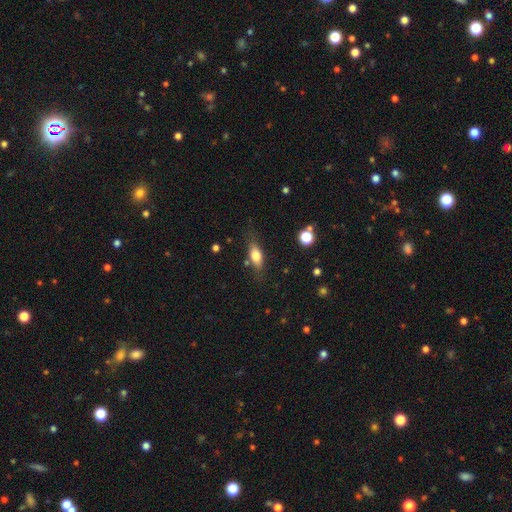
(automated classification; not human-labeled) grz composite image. It shows a smooth galaxy with no disk features (72%) that is in between round and cigar-shaped (77%). Merging: none (73%).